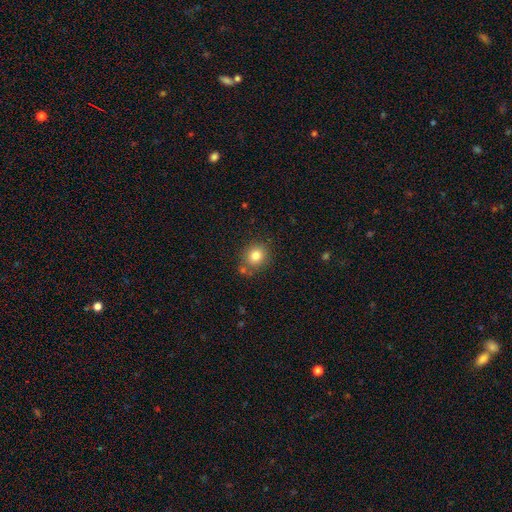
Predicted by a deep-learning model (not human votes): Morphology: type=smooth (81%); roundness=round (77%); merging=none (72%).